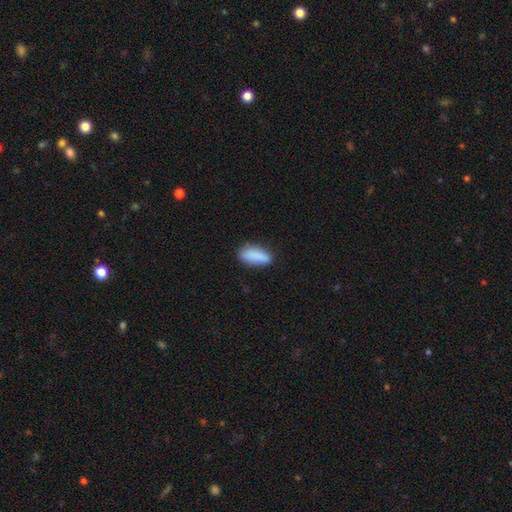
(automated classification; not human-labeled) This appears to be a smooth galaxy with no disk features (87%) that is in between round and cigar-shaped (75%). Merging: none (77%).